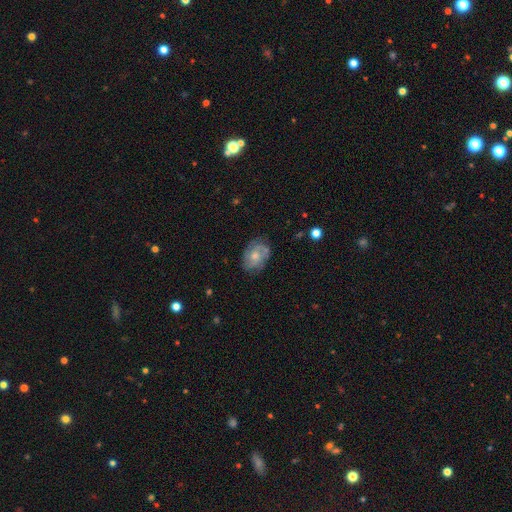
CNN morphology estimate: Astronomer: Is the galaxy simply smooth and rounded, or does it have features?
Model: featured or disk — 62%.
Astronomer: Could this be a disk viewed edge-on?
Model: no — 97%.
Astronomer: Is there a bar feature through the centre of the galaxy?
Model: no — 76%.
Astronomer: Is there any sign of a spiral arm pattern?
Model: yes — 81%.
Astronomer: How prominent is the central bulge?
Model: moderate — 55% (runner-up: small, 33%).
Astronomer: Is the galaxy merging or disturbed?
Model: none — 70%.